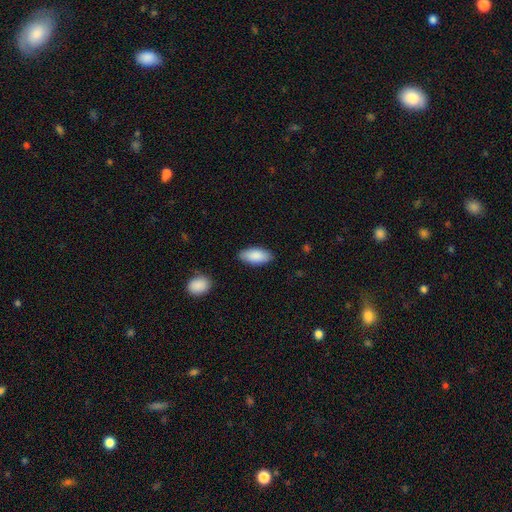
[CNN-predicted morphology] Overall: smooth (88%). How rounded: in between (90%). Merging: none (86%).